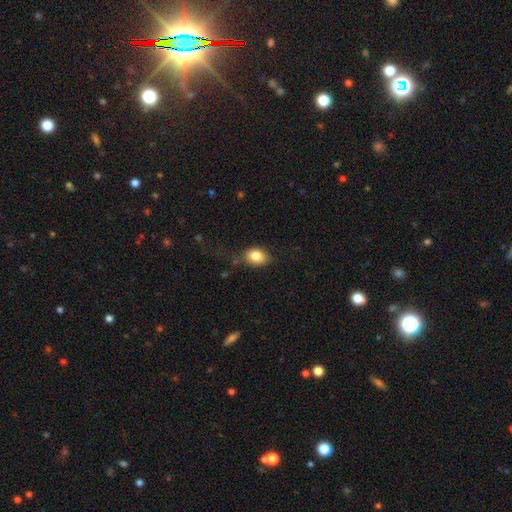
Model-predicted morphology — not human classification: Q: Smooth or featured?
A: smooth (83%); runner-up: star or artifact (9%)
Q: How rounded?
A: in between (71%); runner-up: round (28%)
Q: Merging?
A: none (74%); runner-up: minor disturbance (18%)